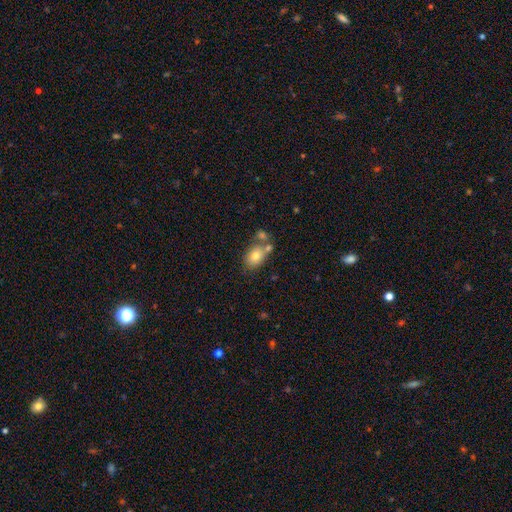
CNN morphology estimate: smooth_or_featured: smooth (p=0.76) [alt: featured or disk p=0.14]
how_rounded: in between (p=0.75) [alt: round p=0.24]
merging: none (p=0.51) [alt: merger p=0.30]